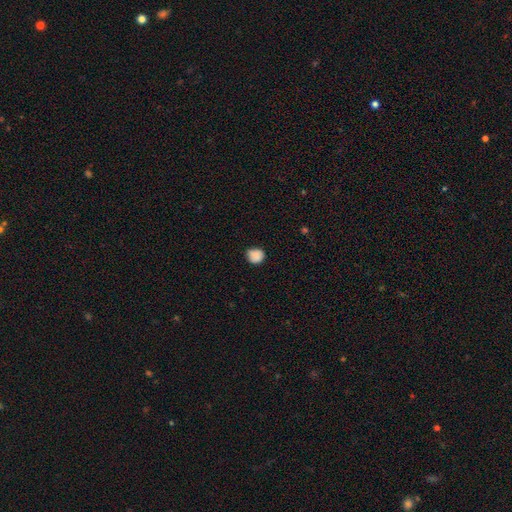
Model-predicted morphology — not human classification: The model was most divided on "merging": none: 70%, minor disturbance: 24%, major disturbance: 4%, merger: 2%. More confident: smooth or featured — smooth (86%); how rounded — round (78%).